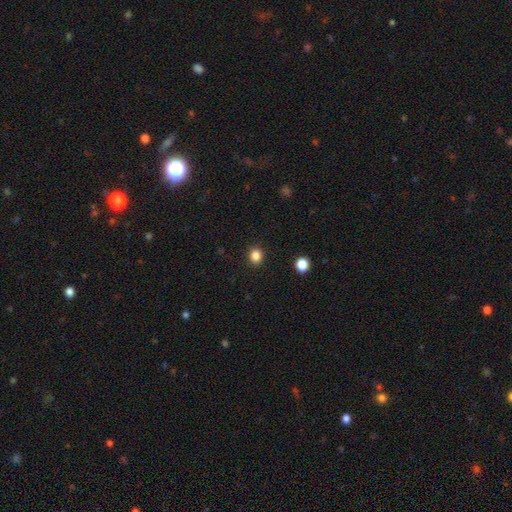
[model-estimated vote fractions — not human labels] Q: Smooth or featured?
A: smooth (85%); runner-up: star or artifact (11%)
Q: How rounded?
A: round (69%); runner-up: in between (30%)
Q: Merging?
A: none (91%); runner-up: minor disturbance (6%)